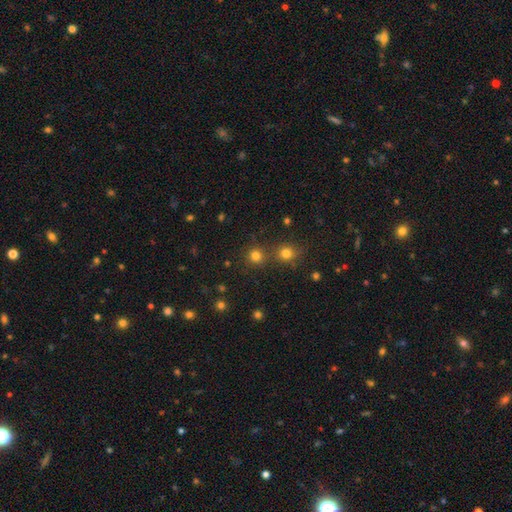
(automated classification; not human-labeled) Morphology: type=smooth (78%); roundness=round (92%); merging=none (74%).